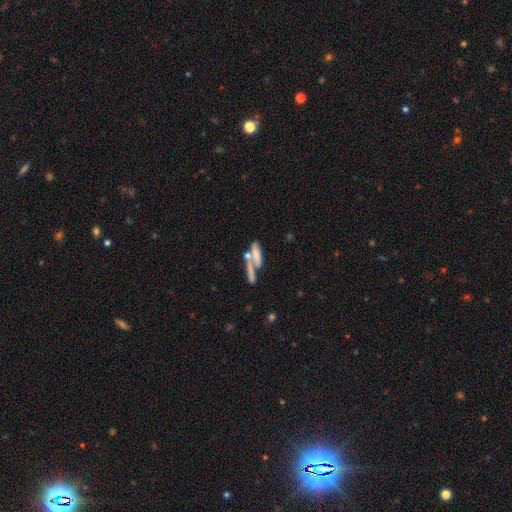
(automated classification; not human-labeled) Smooth or featured? smooth (55%)
How rounded? cigar-shaped (58%)
Merging? merger (53%)